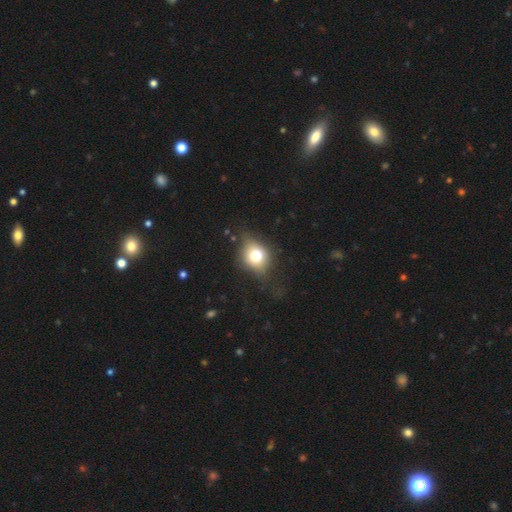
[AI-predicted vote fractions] A smooth galaxy with no disk features (68%) that is round (56%).

Vote fractions:
- Smooth or featured? smooth: 68% / featured or disk: 21% / star or artifact: 11%
- How rounded? round: 56% / in between: 42% / cigar-shaped: 2%
- Merging? none: 64% / minor disturbance: 24% / major disturbance: 10% / merger: 2%